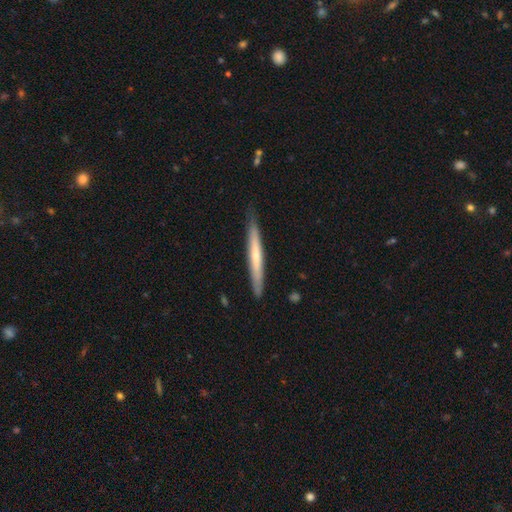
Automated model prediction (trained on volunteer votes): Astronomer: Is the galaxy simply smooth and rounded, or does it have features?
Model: smooth — 53% (runner-up: featured or disk, 42%).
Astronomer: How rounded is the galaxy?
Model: cigar-shaped — 96%.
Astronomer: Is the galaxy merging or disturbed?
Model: none — 84%.